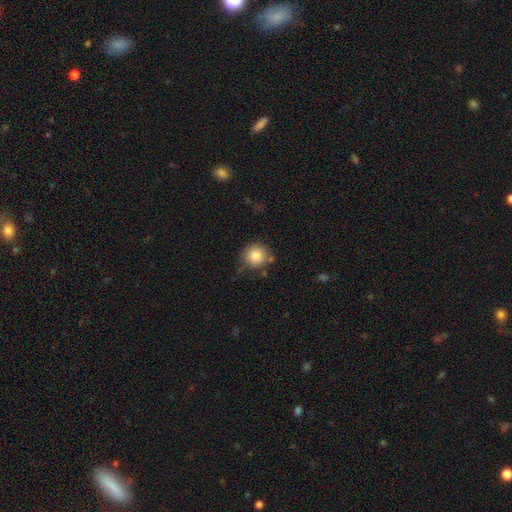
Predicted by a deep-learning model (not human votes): Smooth or featured: smooth — 85% (star or artifact — 9%)
How rounded: round — 92% (in between — 7%)
Merging: none — 71% (minor disturbance — 18%)